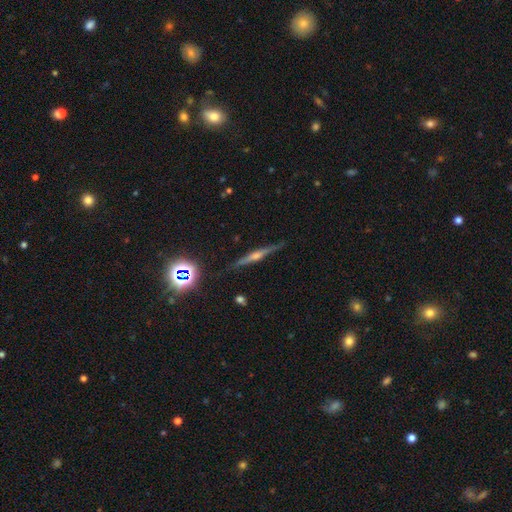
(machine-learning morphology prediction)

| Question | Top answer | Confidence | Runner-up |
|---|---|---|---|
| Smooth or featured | featured or disk | 73% | smooth (14%) |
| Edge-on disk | yes | 97% | no (3%) |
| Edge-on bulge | rounded | 84% | boxy (8%) |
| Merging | none | 89% | minor disturbance (8%) |